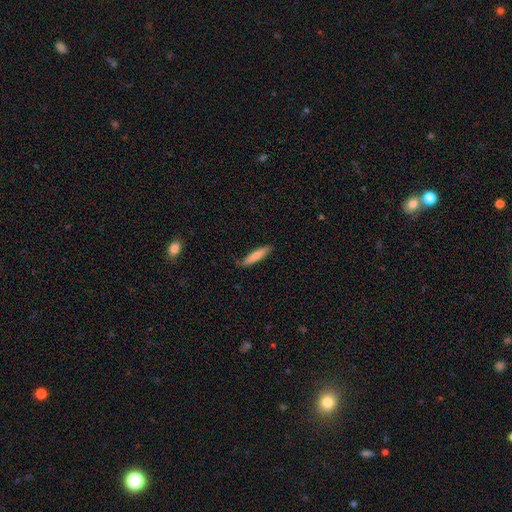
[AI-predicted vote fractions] Smooth or featured: smooth — 76% (featured or disk — 18%)
How rounded: cigar-shaped — 85% (in between — 14%)
Merging: none — 81% (minor disturbance — 15%)